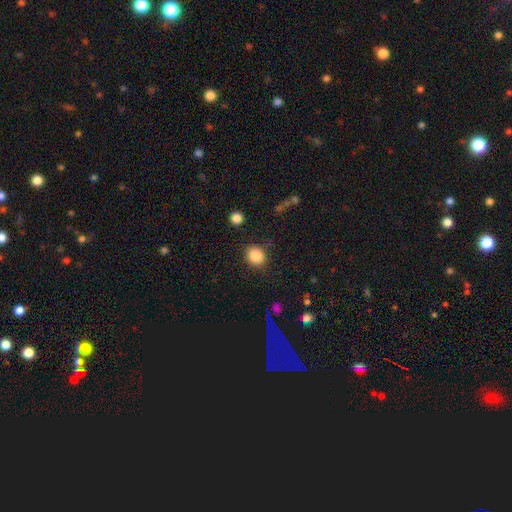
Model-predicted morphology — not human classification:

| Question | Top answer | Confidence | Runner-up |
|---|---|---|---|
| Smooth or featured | smooth | 86% | star or artifact (10%) |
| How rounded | round | 78% | in between (21%) |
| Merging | none | 83% | minor disturbance (10%) |